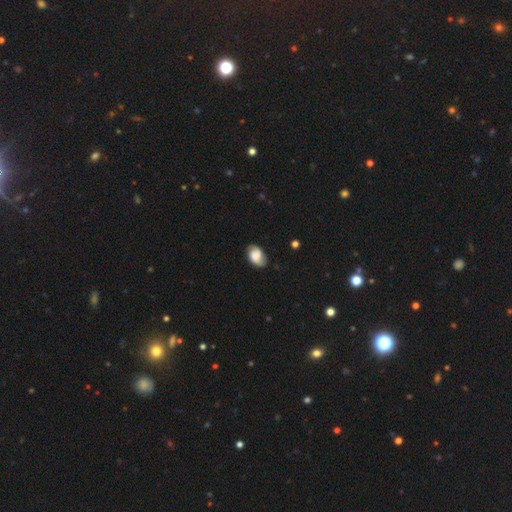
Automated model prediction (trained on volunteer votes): smooth_or_featured: smooth (p=0.54) [alt: featured or disk p=0.38]
how_rounded: in between (p=0.86) [alt: round p=0.13]
merging: none (p=0.71) [alt: minor disturbance p=0.22]